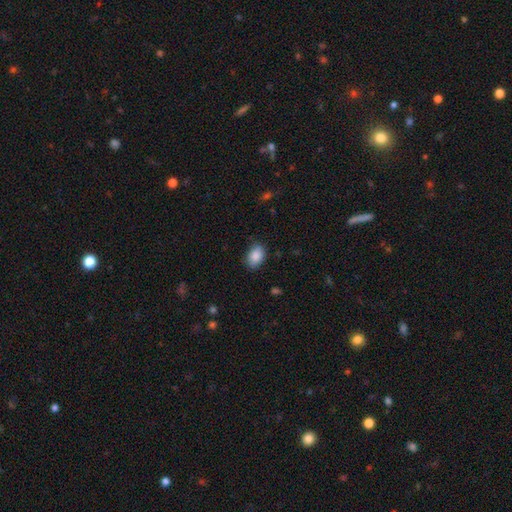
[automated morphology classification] type=smooth (89%); roundness=in between (85%); merging=none (81%).